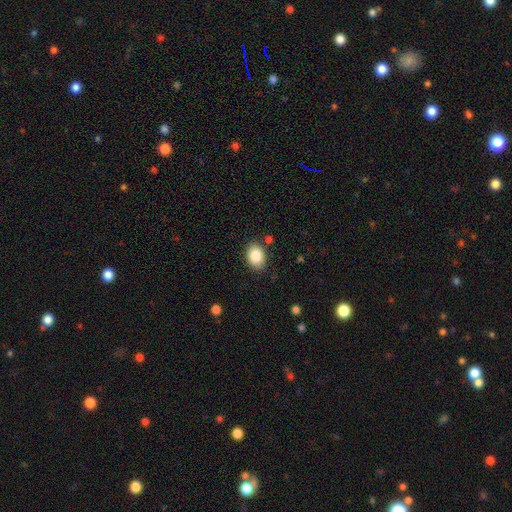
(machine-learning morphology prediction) This appears to be a smooth galaxy with no disk features (86%) that is in between round and cigar-shaped (73%). Merging: none (83%).